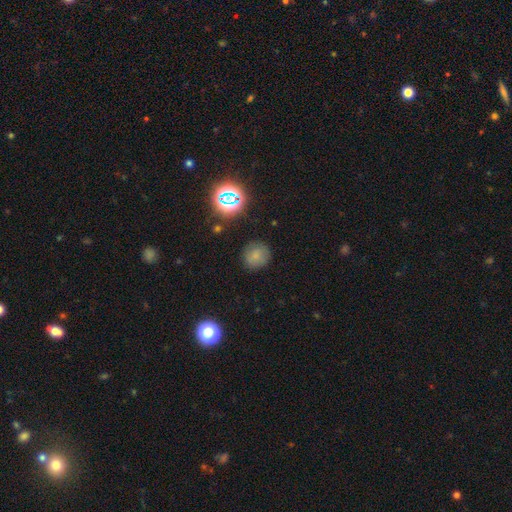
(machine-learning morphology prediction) smooth 76%, star or artifact 18%, featured or disk 7%. Down the decision tree: how rounded — round (84%); merging — none (85%).